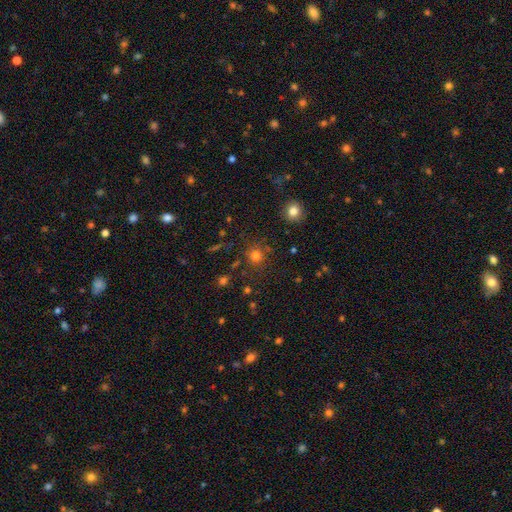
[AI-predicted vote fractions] smooth-or-featured: smooth: 77% | star or artifact: 17% | featured or disk: 6%
  how-rounded: round: 91% | in between: 8% | cigar-shaped: 1%
  merging: none: 82% | minor disturbance: 10% | merger: 4% | major disturbance: 4%